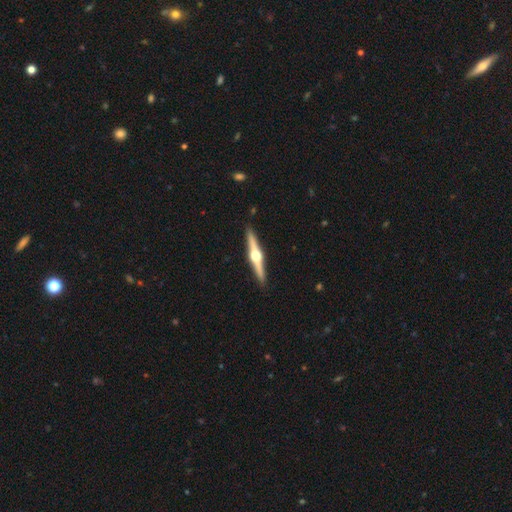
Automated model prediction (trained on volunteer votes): The model was most divided on "smooth or featured": featured or disk: 82%, smooth: 14%, star or artifact: 5%. More confident: edge-on disk — yes (98%); edge-on bulge — rounded (96%); merging — none (92%).